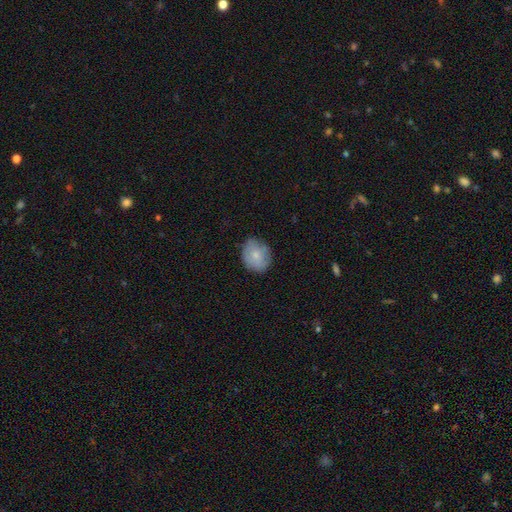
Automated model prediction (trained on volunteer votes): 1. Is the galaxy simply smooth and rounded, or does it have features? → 72% smooth, 21% featured or disk, 7% star or artifact.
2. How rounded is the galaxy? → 58% round, 41% in between, 1% cigar-shaped.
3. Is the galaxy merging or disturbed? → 73% none, 21% minor disturbance, 5% major disturbance, 1% merger.